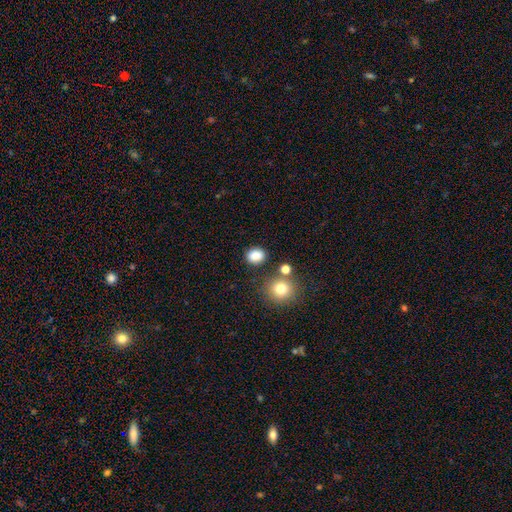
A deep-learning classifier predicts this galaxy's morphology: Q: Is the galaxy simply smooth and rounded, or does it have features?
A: smooth — 85%.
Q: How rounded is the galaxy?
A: round — 54%.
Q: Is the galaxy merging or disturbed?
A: none — 81%.